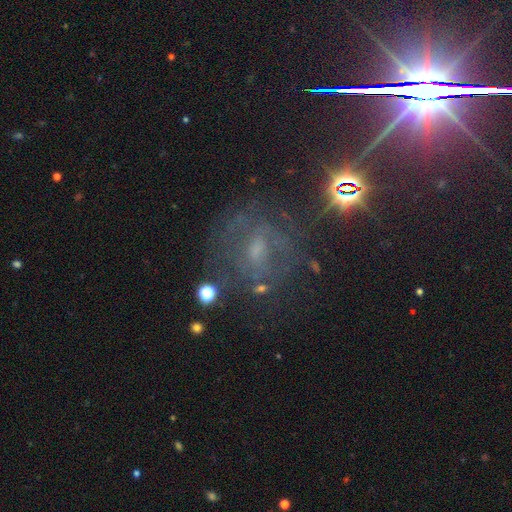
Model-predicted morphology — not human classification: A featured or disk galaxy (45%). Merging: none (67%).